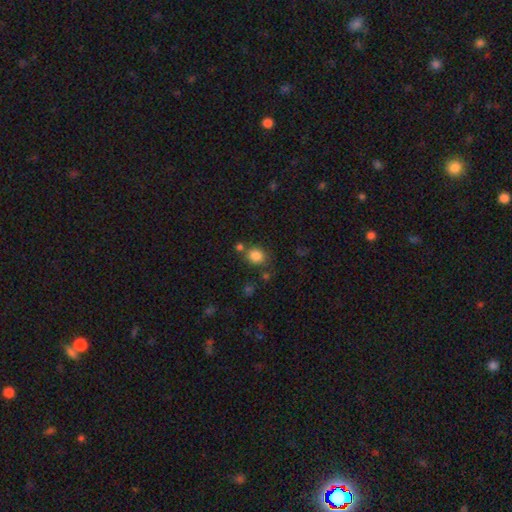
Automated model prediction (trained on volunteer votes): Q: Smooth or featured?
A: smooth (83%); runner-up: star or artifact (11%)
Q: How rounded?
A: round (72%); runner-up: in between (27%)
Q: Merging?
A: none (71%); runner-up: merger (13%)